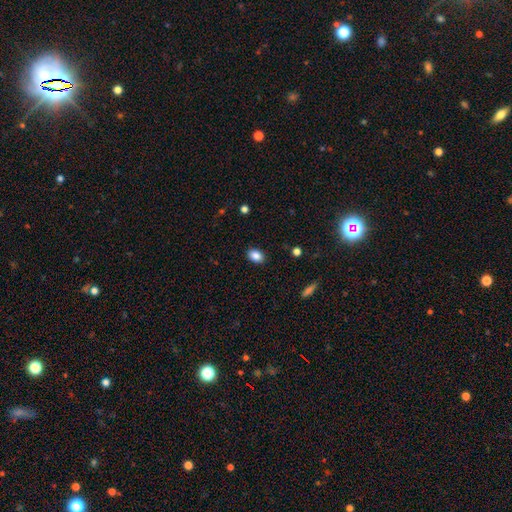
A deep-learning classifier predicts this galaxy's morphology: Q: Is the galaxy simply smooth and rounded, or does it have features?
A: smooth — 87%.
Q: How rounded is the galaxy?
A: in between — 81%.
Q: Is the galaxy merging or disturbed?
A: none — 89%.